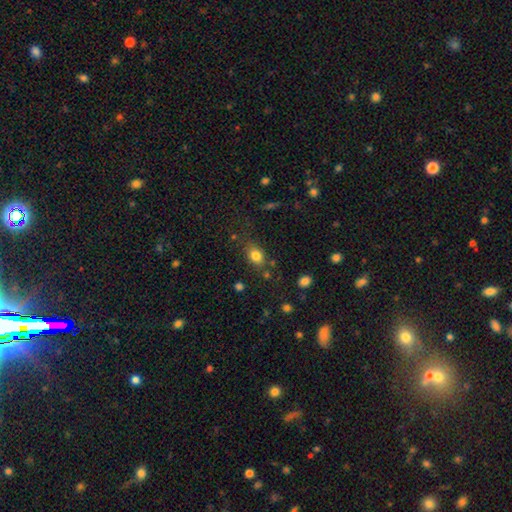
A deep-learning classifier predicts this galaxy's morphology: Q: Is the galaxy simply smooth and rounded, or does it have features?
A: smooth — 80%.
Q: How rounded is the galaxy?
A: in between — 65%.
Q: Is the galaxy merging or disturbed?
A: none — 70%.